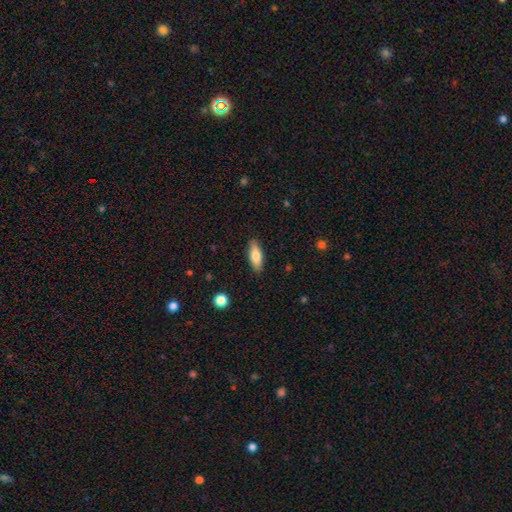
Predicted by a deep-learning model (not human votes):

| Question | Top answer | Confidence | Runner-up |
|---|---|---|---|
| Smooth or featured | smooth | 76% | featured or disk (17%) |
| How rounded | in between | 60% | cigar-shaped (38%) |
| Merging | none | 88% | minor disturbance (9%) |